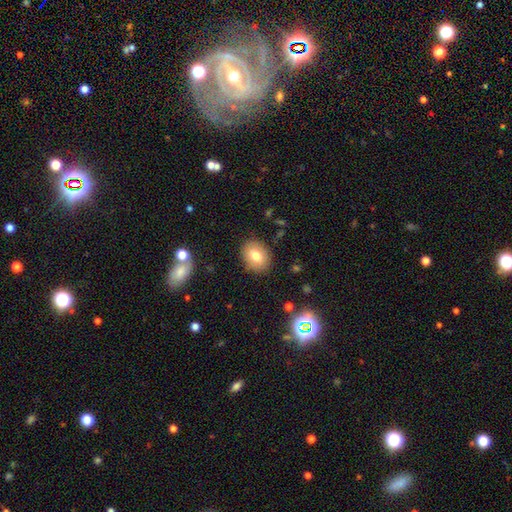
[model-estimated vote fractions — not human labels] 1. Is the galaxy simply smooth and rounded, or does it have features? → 75% smooth, 15% featured or disk, 10% star or artifact.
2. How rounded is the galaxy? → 58% in between, 41% round, 1% cigar-shaped.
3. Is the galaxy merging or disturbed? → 86% none, 10% minor disturbance, 3% major disturbance, 1% merger.